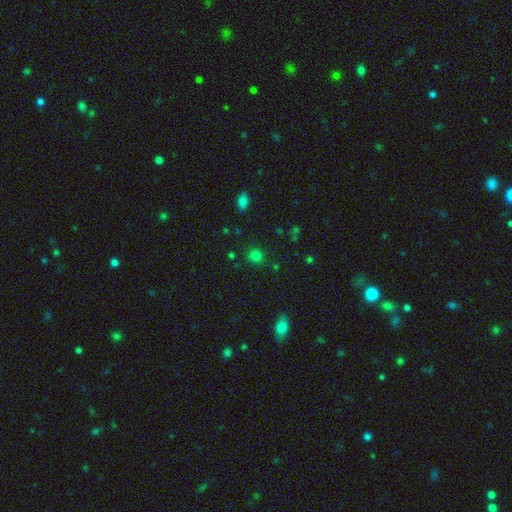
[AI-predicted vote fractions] Smooth or featured: smooth — 77% (star or artifact — 19%)
How rounded: round — 84% (in between — 15%)
Merging: none — 84% (minor disturbance — 10%)